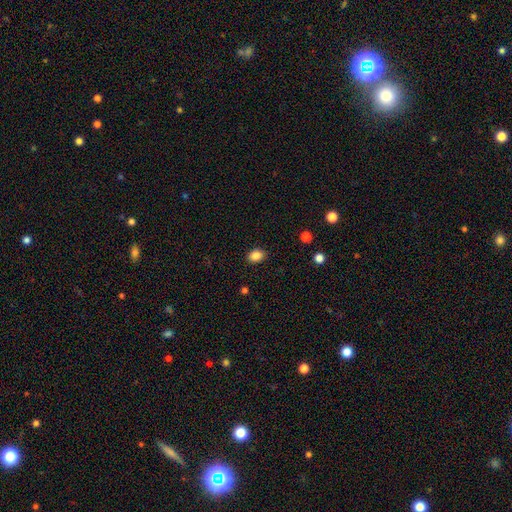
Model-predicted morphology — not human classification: Overall: smooth (86%). How rounded: in between (69%; round 30%). Merging: none (88%).